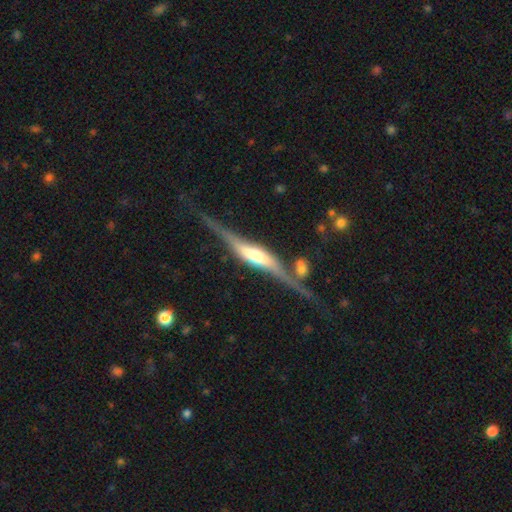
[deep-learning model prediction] Smooth or featured? featured or disk (79%)
Edge-on disk? yes (88%)
Edge-on bulge? rounded (67%)
Merging? none (55%)